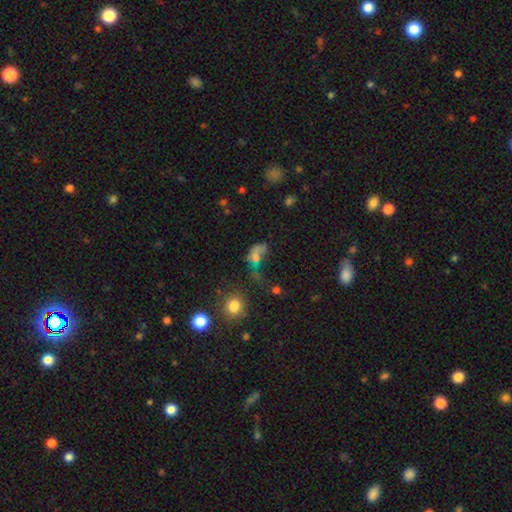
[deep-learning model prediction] This is possibly a smooth galaxy (53%). How rounded: likely in between (75%). Merging: marginally major disturbance (42%).